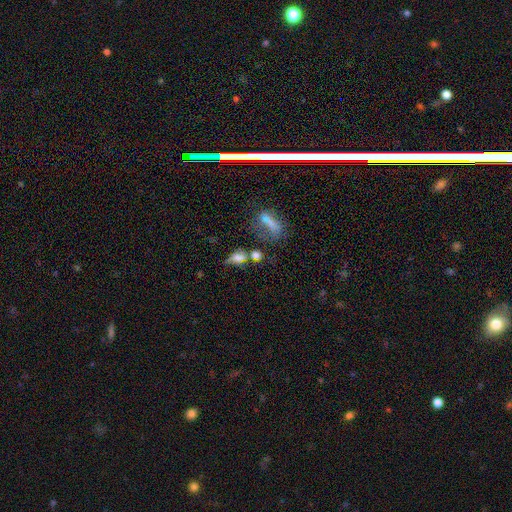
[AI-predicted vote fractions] A smooth galaxy with no disk features (63%) that is in between round and cigar-shaped (54%).

Vote fractions:
- Smooth or featured? smooth: 63% / featured or disk: 19% / star or artifact: 17%
- How rounded? in between: 54% / round: 34% / cigar-shaped: 12%
- Merging? none: 35% / merger: 34% / major disturbance: 16% / minor disturbance: 15%